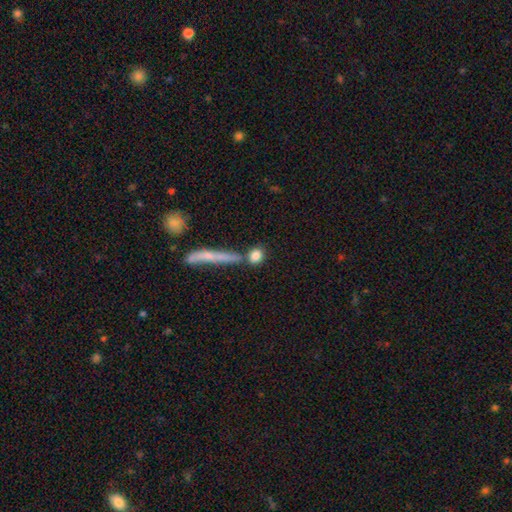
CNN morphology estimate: A smooth galaxy with no disk features (81%) that is round (58%). Merging: none (68%).